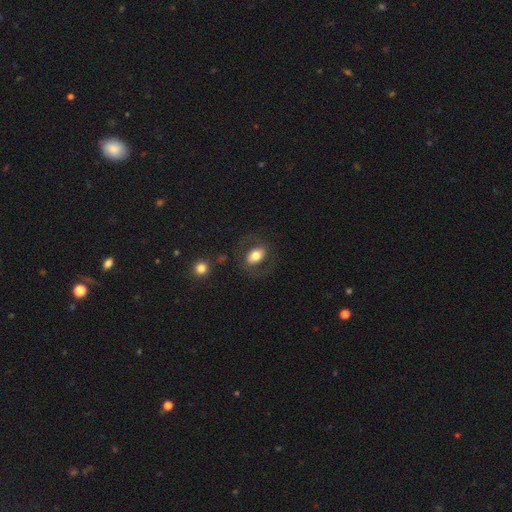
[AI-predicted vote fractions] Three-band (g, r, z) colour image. It shows a smooth galaxy with no disk features (61%) that is in between round and cigar-shaped (79%). Merging: none (74%).